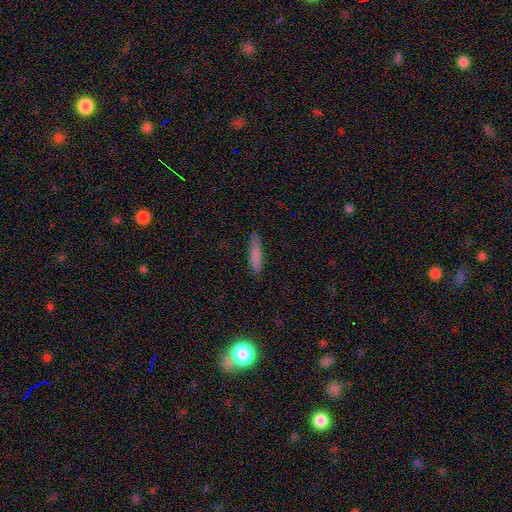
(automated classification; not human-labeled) smooth_or_featured: smooth (p=0.81) [alt: featured or disk p=0.10]
how_rounded: cigar-shaped (p=0.80) [alt: in between p=0.18]
merging: none (p=0.81) [alt: minor disturbance p=0.14]